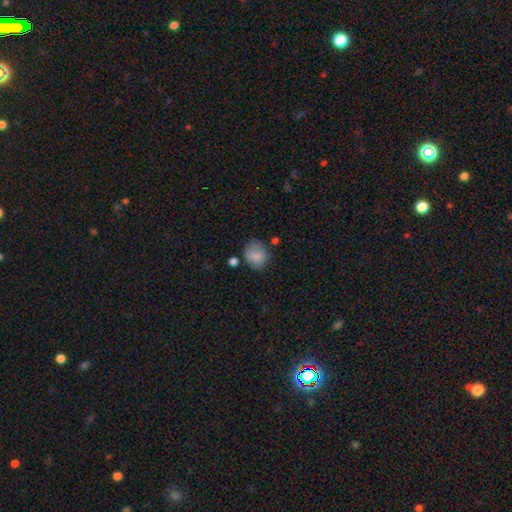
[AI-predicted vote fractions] Smooth or featured? smooth (82%)
How rounded? round (65%)
Merging? none (66%)